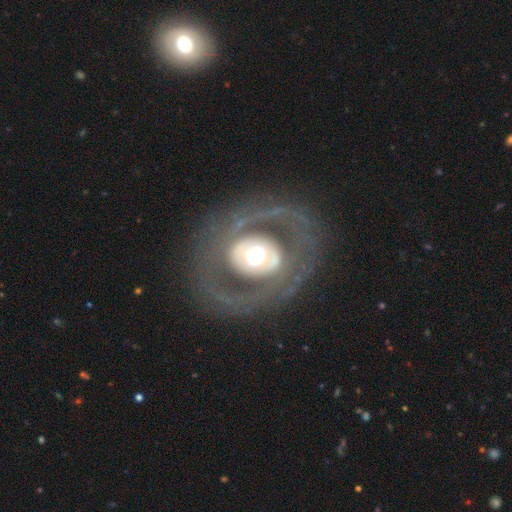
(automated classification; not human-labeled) Q: Smooth or featured?
A: featured or disk (78%); runner-up: smooth (15%)
Q: Edge-on disk?
A: no (95%); runner-up: yes (5%)
Q: Bar?
A: no (70%); runner-up: weak (17%)
Q: Spiral arms?
A: yes (60%); runner-up: no (40%)
Q: Bulge size?
A: large (42%); runner-up: moderate (40%)
Q: Merging?
A: none (74%); runner-up: major disturbance (14%)